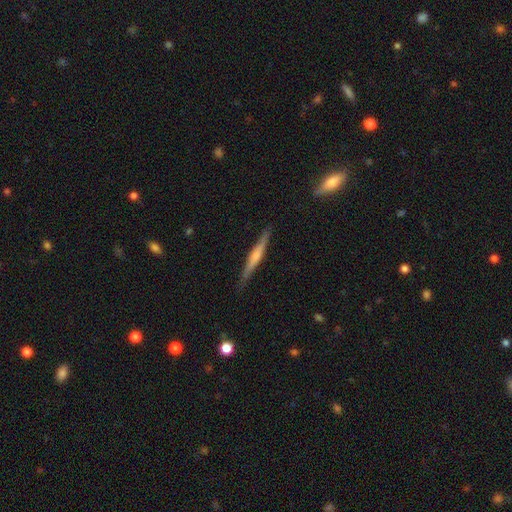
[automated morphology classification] smooth-or-featured: featured or disk: 57% | smooth: 37% | star or artifact: 5%
  disk-edge-on: yes: 97% | no: 3%
    edge-on-bulge: rounded: 52% | none: 28% | boxy: 20%
  merging: none: 88% | minor disturbance: 9% | major disturbance: 2% | merger: 1%